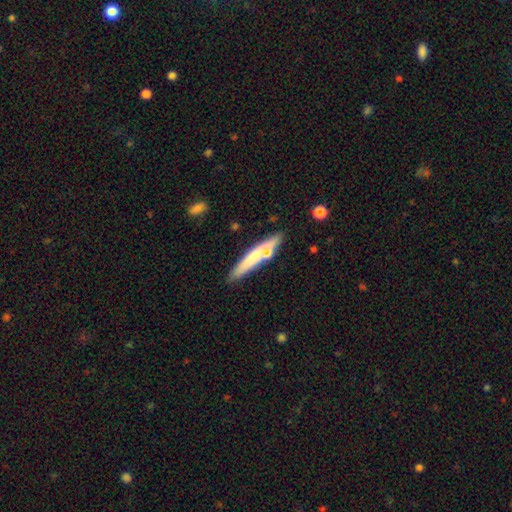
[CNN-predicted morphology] smooth-or-featured: smooth: 54% | featured or disk: 40% | star or artifact: 6%
  how-rounded: cigar-shaped: 89% | in between: 9% | round: 2%
  merging: none: 72% | minor disturbance: 13% | merger: 12% | major disturbance: 3%